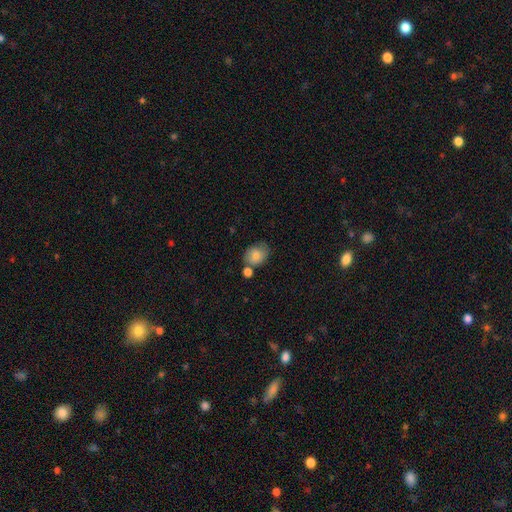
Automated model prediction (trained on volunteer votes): Overall: smooth (80%). How rounded: in between (56%; round 43%). Merging: none (54%; minor disturbance 22%).